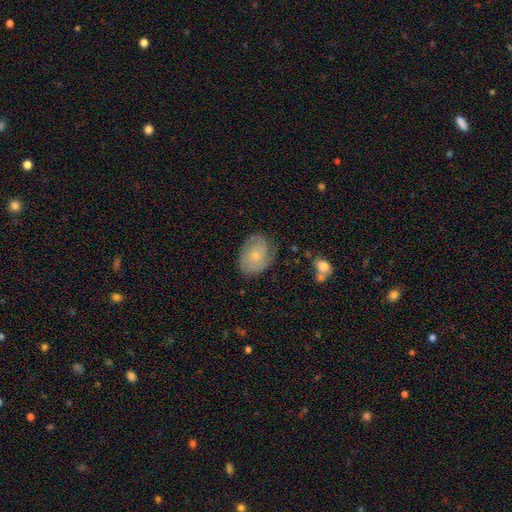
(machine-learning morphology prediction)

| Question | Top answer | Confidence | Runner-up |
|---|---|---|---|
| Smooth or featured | featured or disk | 58% | smooth (35%) |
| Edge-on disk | no | 97% | yes (3%) |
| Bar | no | 79% | weak (19%) |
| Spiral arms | yes | 84% | no (16%) |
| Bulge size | small | 72% | moderate (23%) |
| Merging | none | 69% | minor disturbance (21%) |